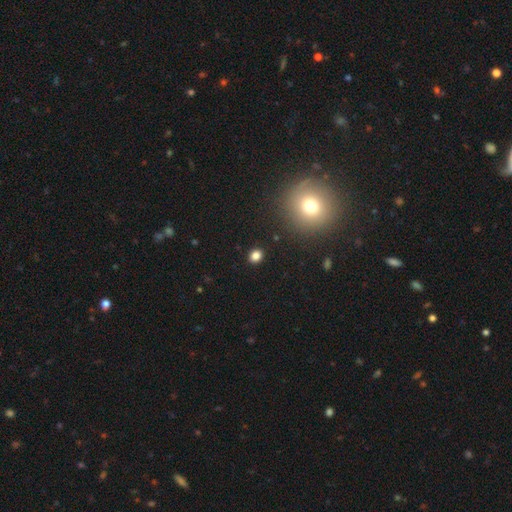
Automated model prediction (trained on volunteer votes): This appears to be a smooth galaxy with no disk features (81%) that is round (62%). Merging: none (89%).